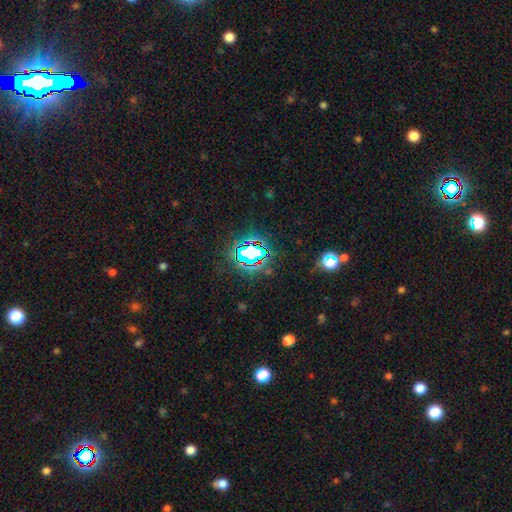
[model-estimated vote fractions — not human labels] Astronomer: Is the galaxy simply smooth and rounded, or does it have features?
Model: star or artifact — 74%.